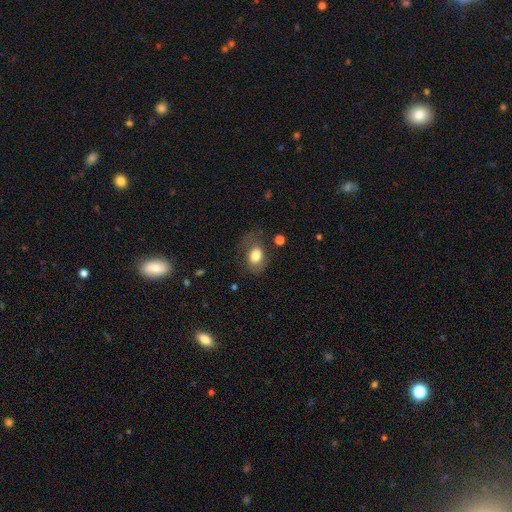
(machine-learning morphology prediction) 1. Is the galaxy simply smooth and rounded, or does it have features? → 76% smooth, 15% featured or disk, 9% star or artifact.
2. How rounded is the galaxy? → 67% in between, 32% round, 1% cigar-shaped.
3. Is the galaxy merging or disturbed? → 56% none, 24% minor disturbance, 18% major disturbance, 2% merger.